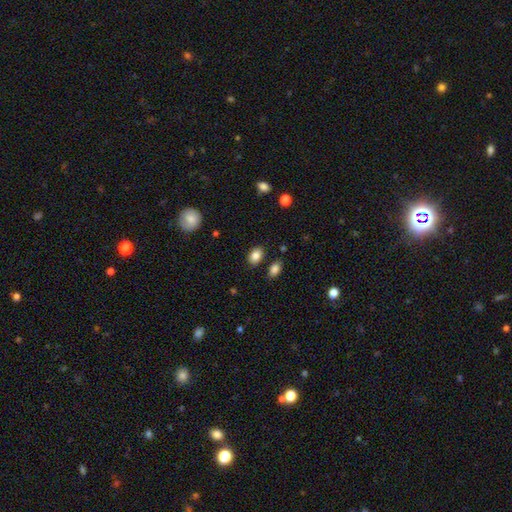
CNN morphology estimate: Q: Smooth or featured?
A: smooth (85%); runner-up: star or artifact (9%)
Q: How rounded?
A: in between (79%); runner-up: round (20%)
Q: Merging?
A: none (84%); runner-up: minor disturbance (10%)